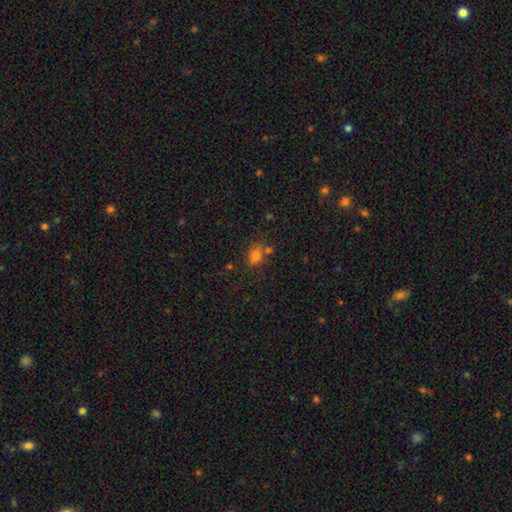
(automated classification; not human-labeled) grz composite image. It shows a smooth galaxy with no disk features (69%) that is in between round and cigar-shaped (66%). Merging: none (59%).